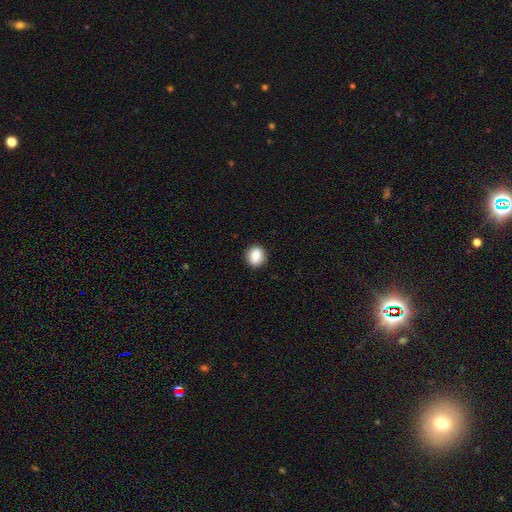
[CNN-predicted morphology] Overall: smooth (87%). How rounded: round (67%; in between 32%). Merging: none (89%).